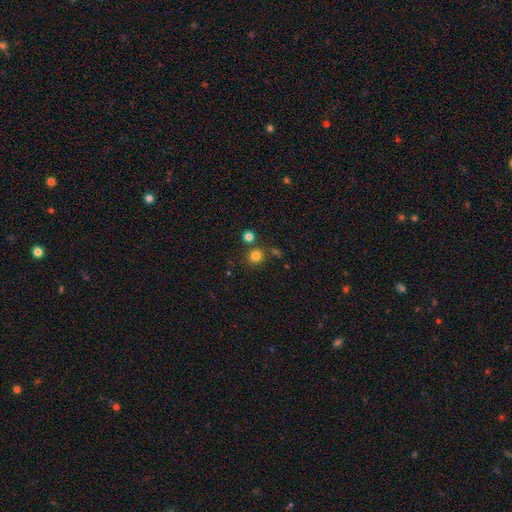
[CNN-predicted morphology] A smooth galaxy with no disk features (80%) that is round (92%). Merging: none (79%).